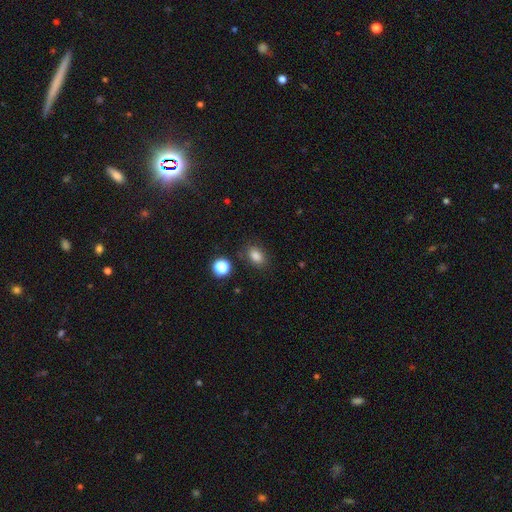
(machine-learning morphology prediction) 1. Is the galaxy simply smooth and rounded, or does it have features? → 83% smooth, 12% star or artifact, 5% featured or disk.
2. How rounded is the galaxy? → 80% in between, 18% round, 2% cigar-shaped.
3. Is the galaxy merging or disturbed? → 82% none, 12% minor disturbance, 3% major disturbance, 3% merger.